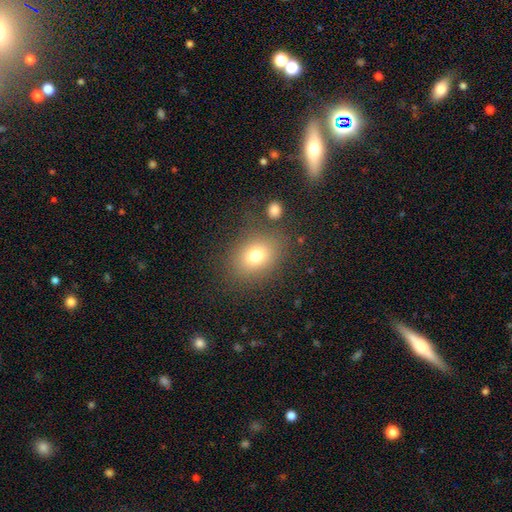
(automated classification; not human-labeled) Overall: smooth (75%). How rounded: in between (55%; round 44%). Merging: none (78%).